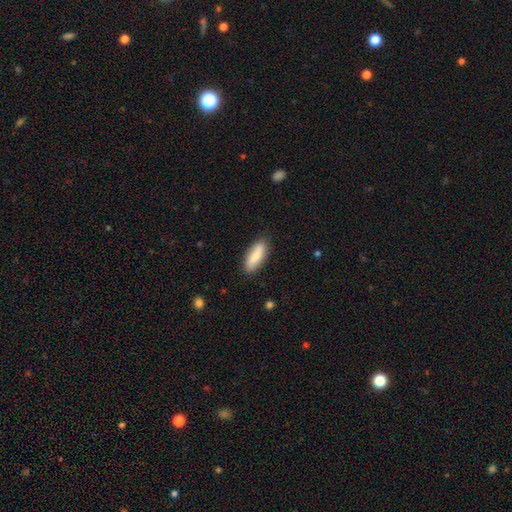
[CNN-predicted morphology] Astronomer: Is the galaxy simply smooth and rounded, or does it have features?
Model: smooth — 80%.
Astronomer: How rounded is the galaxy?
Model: in between — 65%.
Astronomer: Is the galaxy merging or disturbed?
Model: none — 83%.